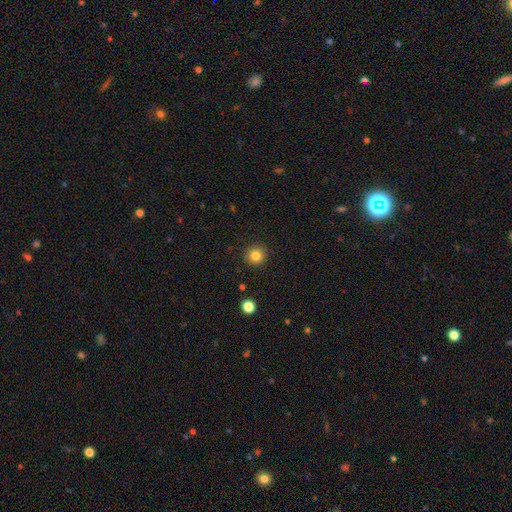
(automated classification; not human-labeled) This appears to be a smooth galaxy with no disk features (83%) that is round (94%). Merging: none (91%).